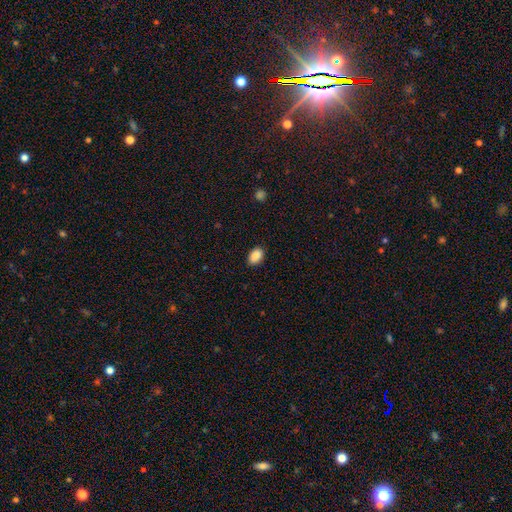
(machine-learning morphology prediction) smooth_or_featured: smooth (p=0.89) [alt: star or artifact p=0.08]
how_rounded: in between (p=0.88) [alt: round p=0.11]
merging: none (p=0.88) [alt: minor disturbance p=0.09]